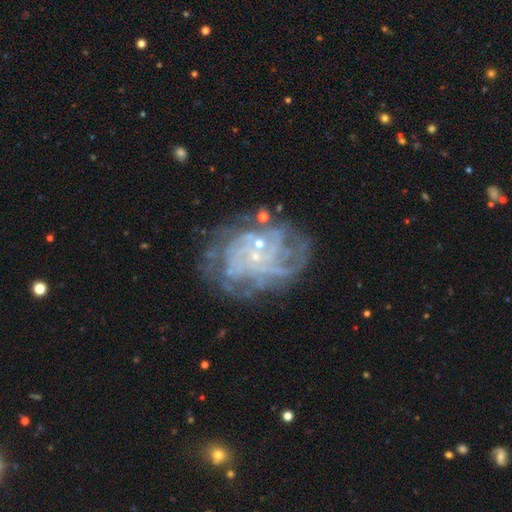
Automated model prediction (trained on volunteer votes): Morphology: type=featured or disk (82%); edge-on=no (98%); bar=no (77%); spiral arms=yes (88%); winding=tight (61%); arm count=can't tell (35%); bulge=small (82%); merging=none (59%).